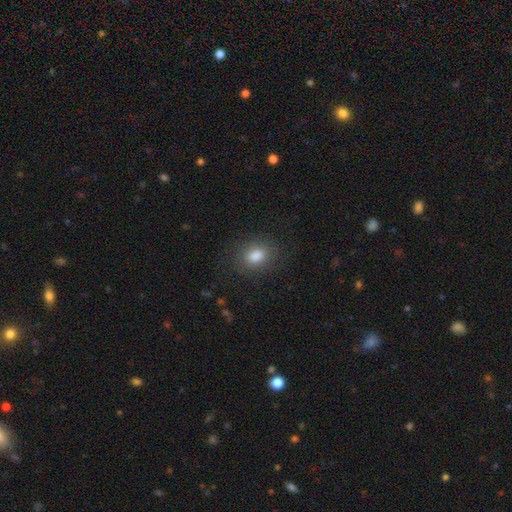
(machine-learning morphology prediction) This is clearly a smooth galaxy (84%). How rounded: likely in between (68%). Merging: clearly none (83%).